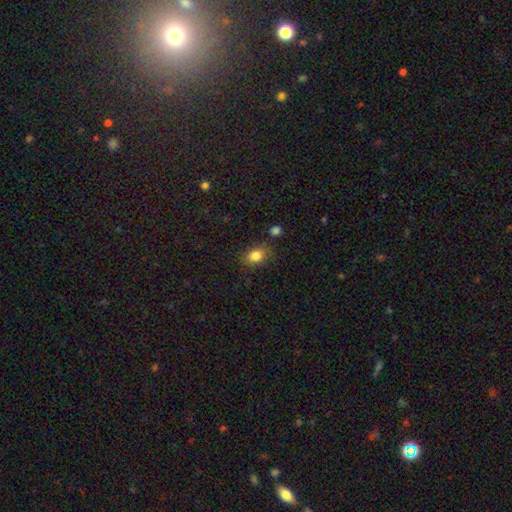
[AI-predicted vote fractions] Smooth or featured? smooth (83%)
How rounded? in between (67%)
Merging? none (78%)